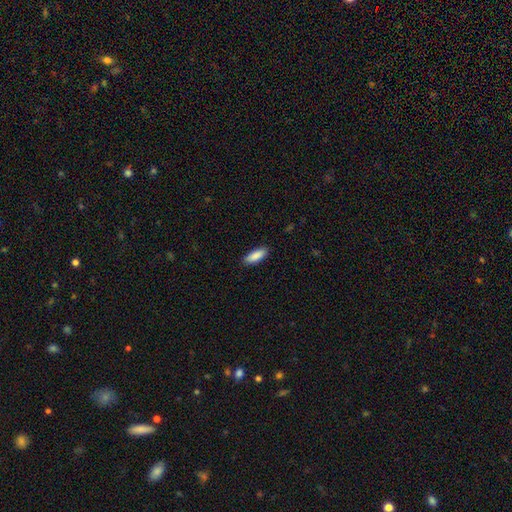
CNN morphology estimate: This is clearly a smooth galaxy (89%). How rounded: likely in between (65%). Merging: clearly none (88%).